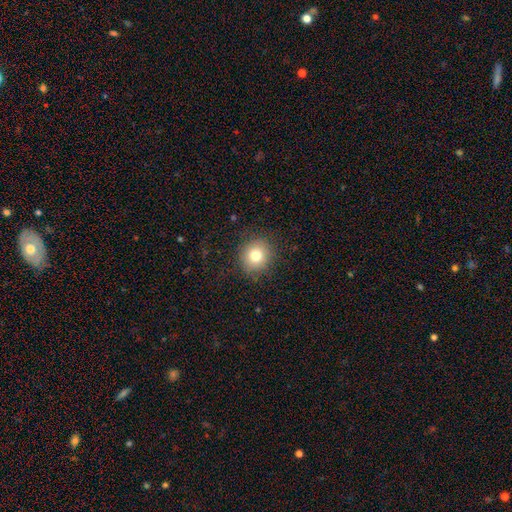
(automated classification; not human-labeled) Q: Smooth or featured?
A: smooth (78%); runner-up: star or artifact (12%)
Q: How rounded?
A: round (86%); runner-up: in between (14%)
Q: Merging?
A: none (87%); runner-up: minor disturbance (9%)